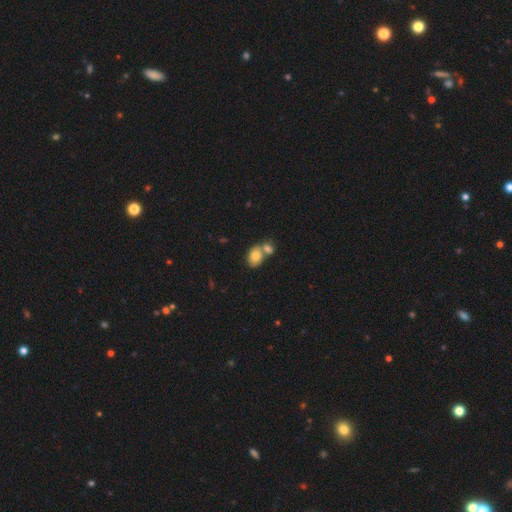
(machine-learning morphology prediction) type=smooth (80%); roundness=in between (76%); merging=merger (55%).